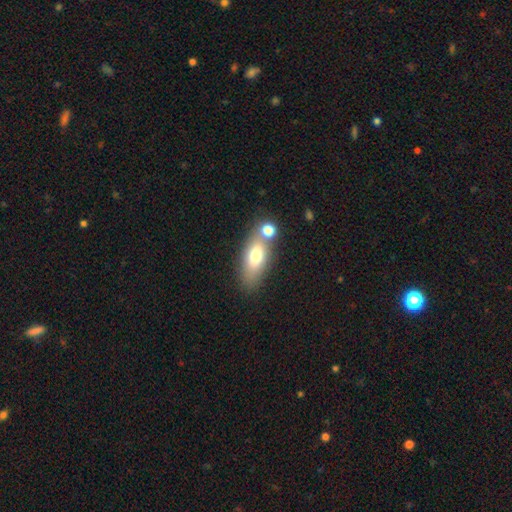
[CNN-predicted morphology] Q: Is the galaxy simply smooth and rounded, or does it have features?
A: smooth — 70%.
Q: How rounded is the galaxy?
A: in between — 78%.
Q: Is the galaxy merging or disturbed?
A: none — 55%.